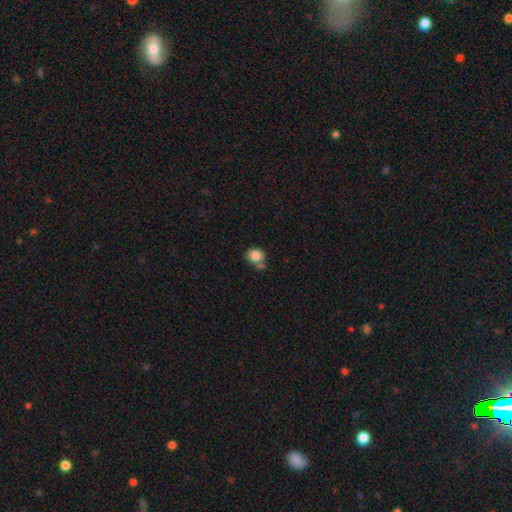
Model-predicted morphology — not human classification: Smooth or featured: smooth — 84% (star or artifact — 9%)
How rounded: round — 78% (in between — 21%)
Merging: none — 53% (merger — 21%)